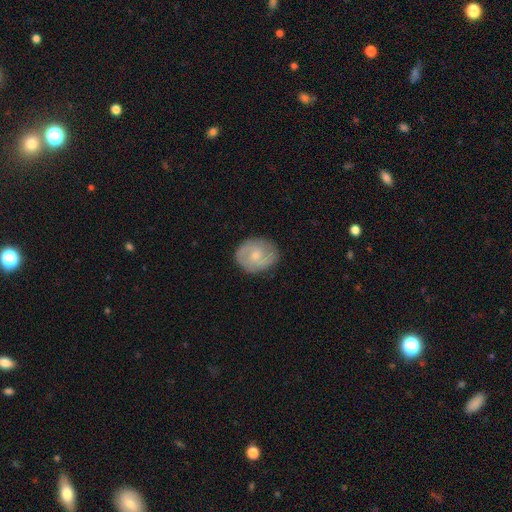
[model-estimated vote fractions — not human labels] The model was most divided on "spiral winding": medium: 46%, tight: 36%, loose: 19%. More confident: edge-on disk — no (98%); spiral arms — yes (88%); merging — none (83%); spiral arm count — 2 (71%); smooth or featured — featured or disk (60%); bar — no (60%); bulge size — small (56%).